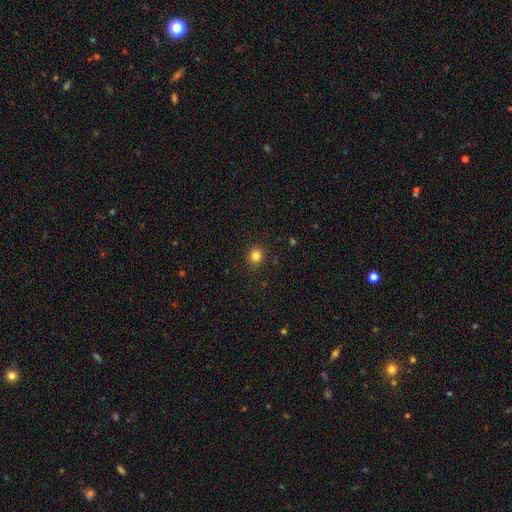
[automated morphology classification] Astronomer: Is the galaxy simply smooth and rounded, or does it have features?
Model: smooth — 83%.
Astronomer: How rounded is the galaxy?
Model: round — 88%.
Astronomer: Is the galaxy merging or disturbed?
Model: none — 91%.